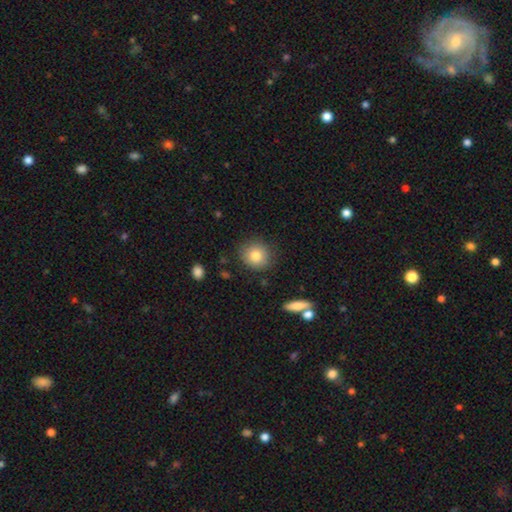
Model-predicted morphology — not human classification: Smooth or featured? smooth (81%)
How rounded? round (87%)
Merging? none (85%)